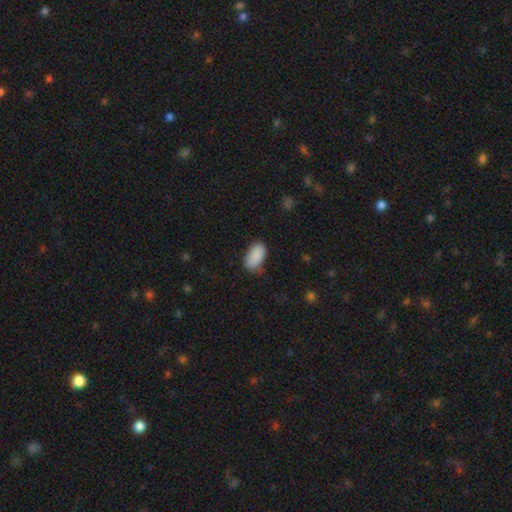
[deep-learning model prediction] This appears to be a smooth galaxy with no disk features (88%) that is in between round and cigar-shaped (94%). Merging: none (66%).